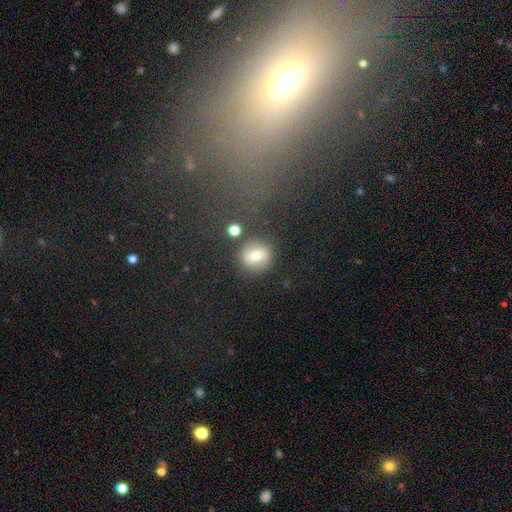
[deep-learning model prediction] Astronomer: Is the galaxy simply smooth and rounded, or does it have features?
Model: smooth — 69%.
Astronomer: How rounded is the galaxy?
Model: round — 80%.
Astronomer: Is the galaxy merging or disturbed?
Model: none — 81%.